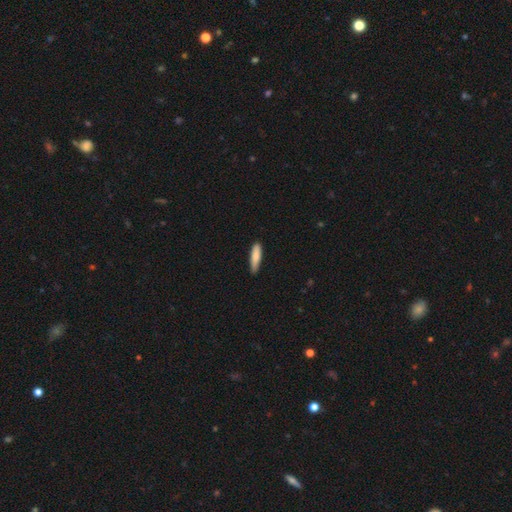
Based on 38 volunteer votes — Overall: smooth (82%). How rounded: cigar-shaped (90%). Merging: none (78%).